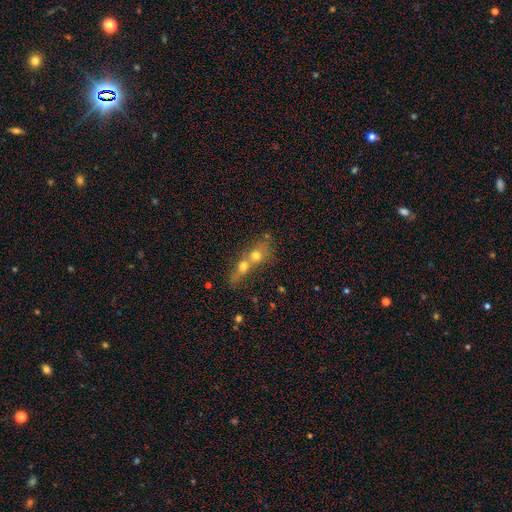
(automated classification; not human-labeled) Q: Smooth or featured?
A: smooth (49%); runner-up: featured or disk (32%)
Q: Merging?
A: merger (63%); runner-up: none (26%)